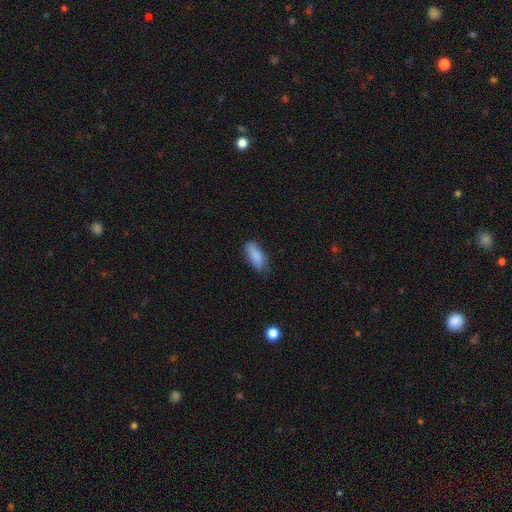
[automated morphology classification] Smooth or featured: smooth — 87% (star or artifact — 7%)
How rounded: in between — 83% (cigar-shaped — 15%)
Merging: none — 72% (minor disturbance — 23%)